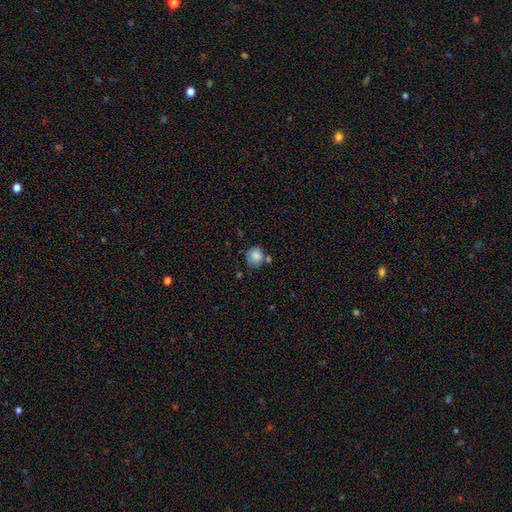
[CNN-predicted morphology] Overall: smooth (82%). How rounded: round (81%). Merging: none (60%; minor disturbance 21%).